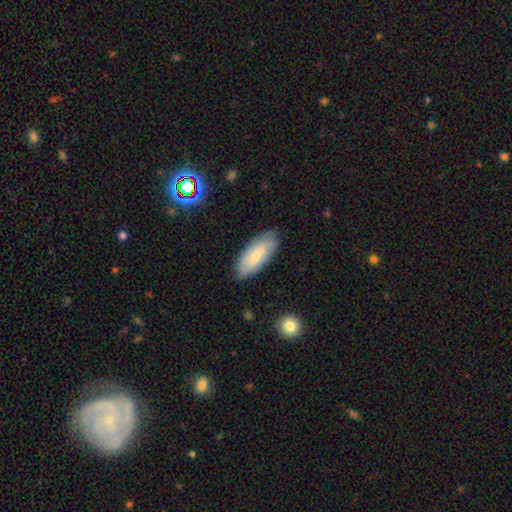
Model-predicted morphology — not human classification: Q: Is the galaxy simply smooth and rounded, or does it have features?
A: smooth — 64%.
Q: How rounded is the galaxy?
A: in between — 79%.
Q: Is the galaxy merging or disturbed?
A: none — 83%.